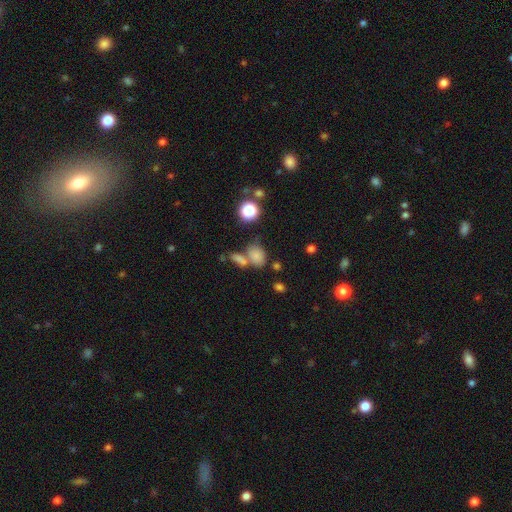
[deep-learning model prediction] The model was most divided on "merging": none: 46%, merger: 36%, minor disturbance: 12%, major disturbance: 6%. More confident: smooth or featured — smooth (76%); how rounded — in between (69%).